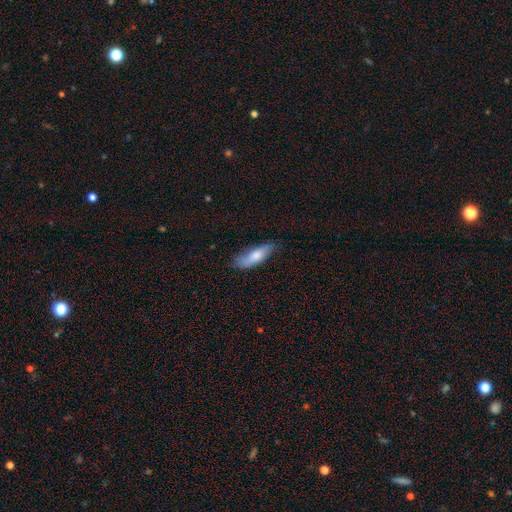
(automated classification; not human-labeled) smooth_or_featured: smooth (p=0.73) [alt: featured or disk p=0.22]
how_rounded: in between (p=0.58) [alt: cigar-shaped p=0.40]
merging: none (p=0.68) [alt: minor disturbance p=0.25]